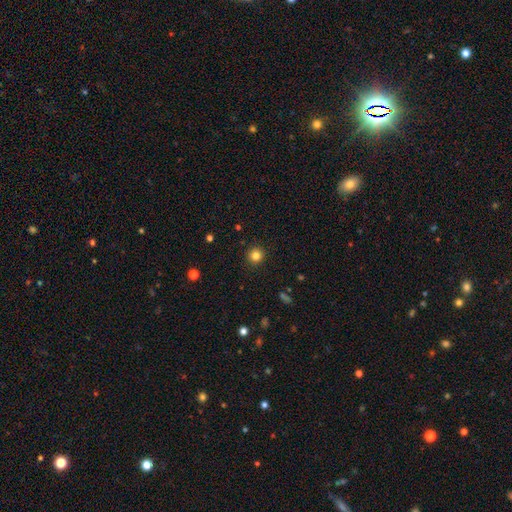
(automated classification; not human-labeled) The model was most divided on "smooth or featured": smooth: 83%, star or artifact: 13%, featured or disk: 5%. More confident: how rounded — round (94%); merging — none (92%).